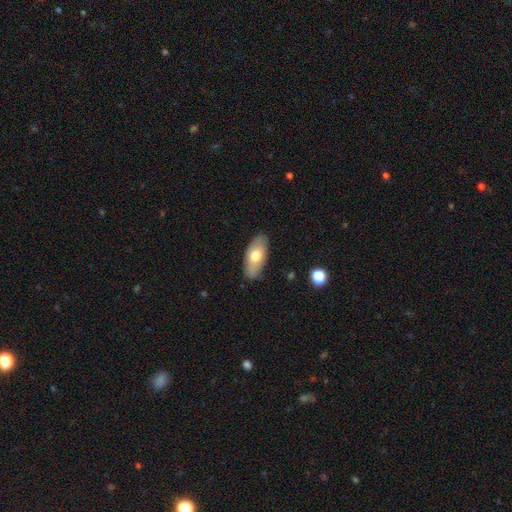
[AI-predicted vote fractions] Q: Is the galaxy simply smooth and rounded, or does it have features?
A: smooth — 67%.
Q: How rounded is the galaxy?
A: in between — 89%.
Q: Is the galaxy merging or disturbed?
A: none — 84%.